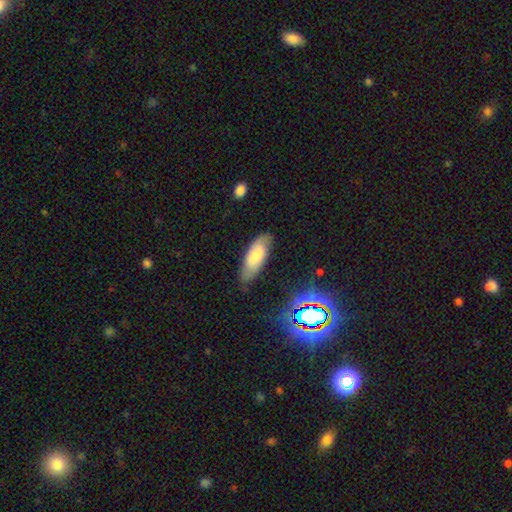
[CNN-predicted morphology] smooth_or_featured: smooth (p=0.71) [alt: featured or disk p=0.21]
how_rounded: in between (p=0.72) [alt: cigar-shaped p=0.26]
merging: none (p=0.75) [alt: minor disturbance p=0.19]